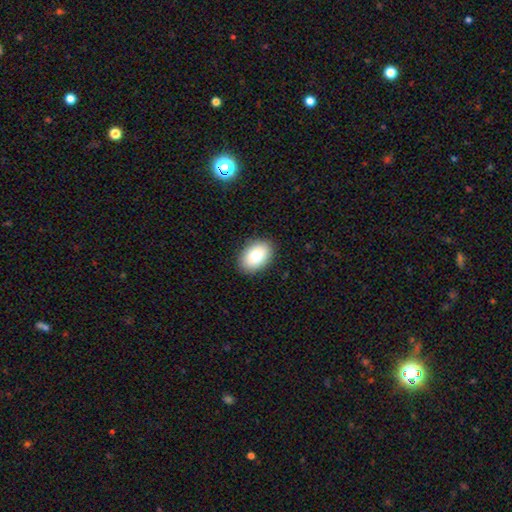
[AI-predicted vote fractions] Overall: smooth (82%). How rounded: in between (86%). Merging: none (88%).